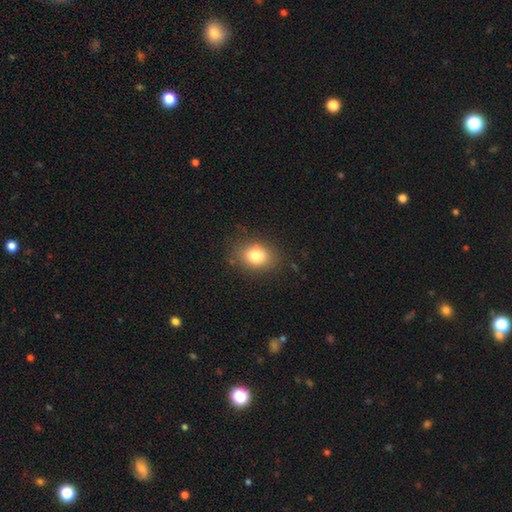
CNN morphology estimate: A smooth galaxy with no disk features (81%) that is in between round and cigar-shaped (60%).

Vote fractions:
- Smooth or featured? smooth: 81% / star or artifact: 10% / featured or disk: 9%
- How rounded? in between: 60% / round: 39% / cigar-shaped: 1%
- Merging? none: 81% / minor disturbance: 13% / major disturbance: 4% / merger: 1%